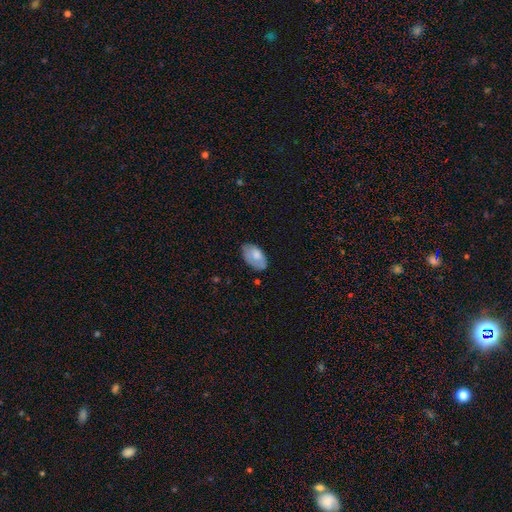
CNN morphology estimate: smooth 71%, featured or disk 22%, star or artifact 7%. Down the decision tree: how rounded — in between (93%); merging — none (66%).